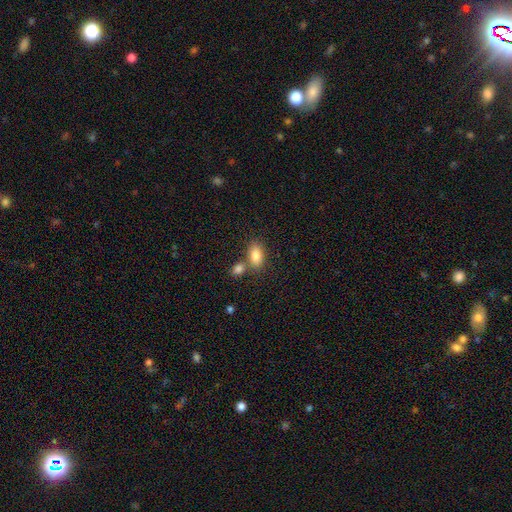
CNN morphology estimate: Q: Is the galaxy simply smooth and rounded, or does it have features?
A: smooth — 84%.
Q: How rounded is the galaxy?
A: in between — 89%.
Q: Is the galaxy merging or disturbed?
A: none — 58%.